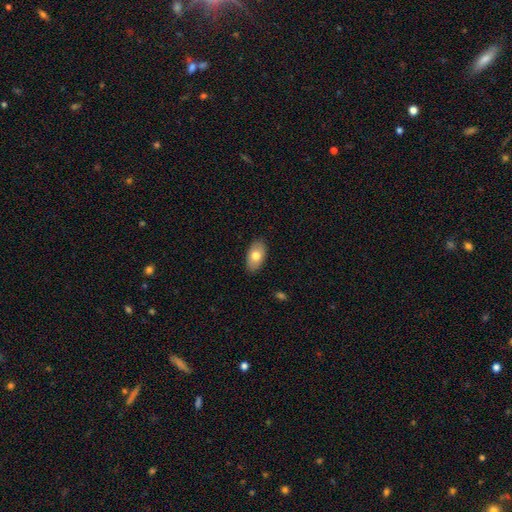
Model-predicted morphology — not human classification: The model was most divided on "smooth or featured": smooth: 73%, featured or disk: 21%, star or artifact: 6%. More confident: how rounded — in between (94%); merging — none (87%).